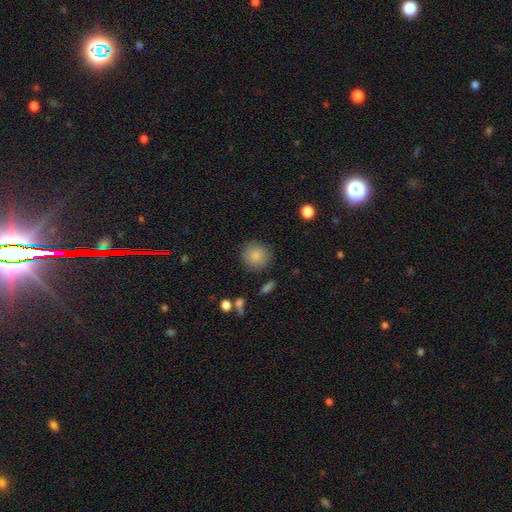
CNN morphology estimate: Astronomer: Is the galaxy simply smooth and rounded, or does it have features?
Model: smooth — 85%.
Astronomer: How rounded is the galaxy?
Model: round — 92%.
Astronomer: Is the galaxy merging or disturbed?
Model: none — 87%.